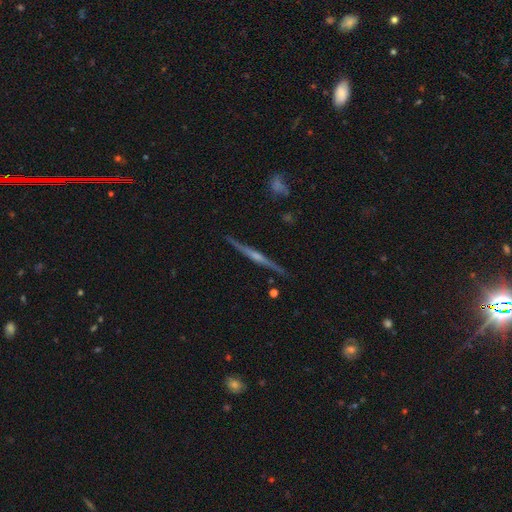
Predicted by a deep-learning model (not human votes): The model was most divided on "edge-on bulge": rounded: 68%, none: 19%, boxy: 13%. More confident: edge-on disk — yes (98%); merging — none (90%); smooth or featured — featured or disk (80%).